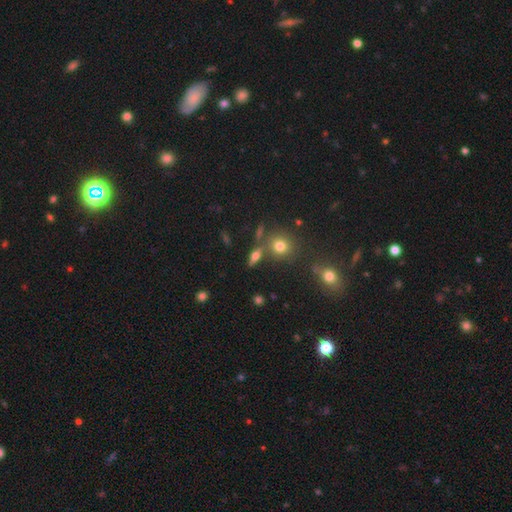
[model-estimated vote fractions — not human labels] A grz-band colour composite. It shows a smooth galaxy with no disk features (47%). Merging: none (73%).